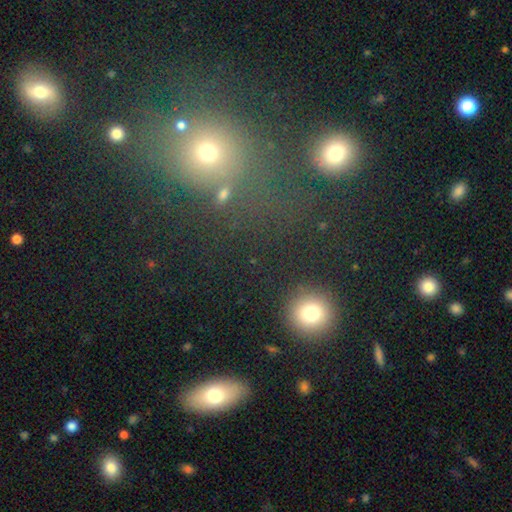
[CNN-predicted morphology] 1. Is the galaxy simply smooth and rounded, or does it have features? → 58% smooth, 31% star or artifact, 11% featured or disk.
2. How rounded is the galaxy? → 76% round, 20% in between, 4% cigar-shaped.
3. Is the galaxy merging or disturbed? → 76% none, 10% minor disturbance, 8% merger, 6% major disturbance.